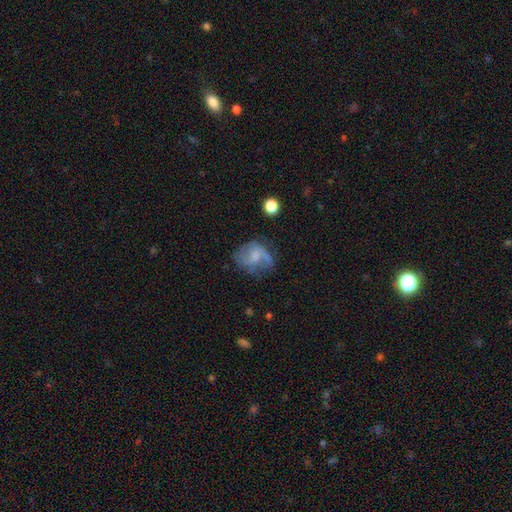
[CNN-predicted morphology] Overall: featured or disk (61%; smooth 31%). Edge-on disk: no (98%). Bar: no (52%; weak 41%). Spiral arms: yes (82%). Bulge size: small (40%; moderate 28%). Merging: none (50%; minor disturbance 26%).